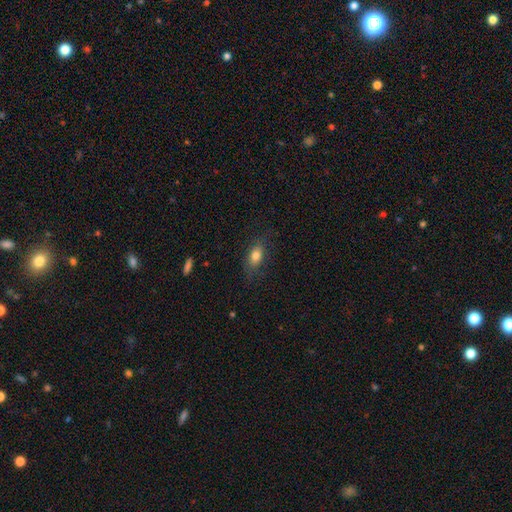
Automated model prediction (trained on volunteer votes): This appears to be a smooth galaxy with no disk features (78%) that is in between round and cigar-shaped (82%). Merging: none (75%).